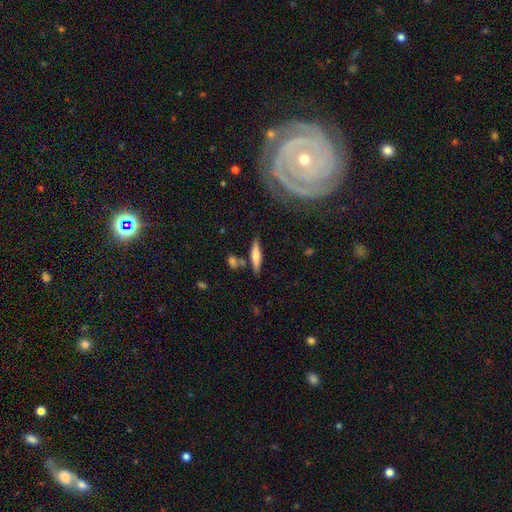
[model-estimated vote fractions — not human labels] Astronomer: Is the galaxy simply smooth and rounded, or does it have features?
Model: smooth — 64%.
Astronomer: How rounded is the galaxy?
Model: cigar-shaped — 80%.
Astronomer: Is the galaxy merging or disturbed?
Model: none — 75%.